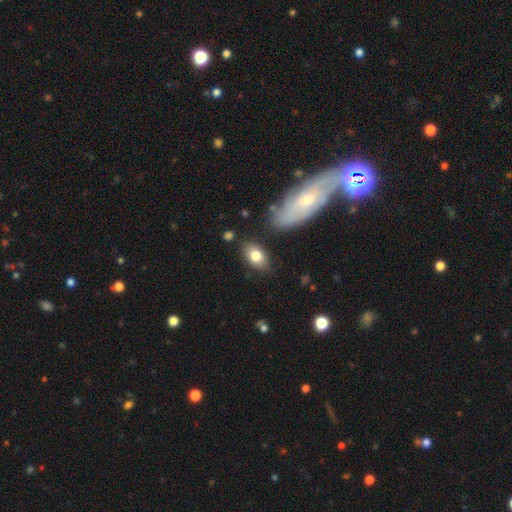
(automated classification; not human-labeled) This is likely a smooth galaxy (80%). How rounded: clearly in between (90%). Merging: clearly none (82%).